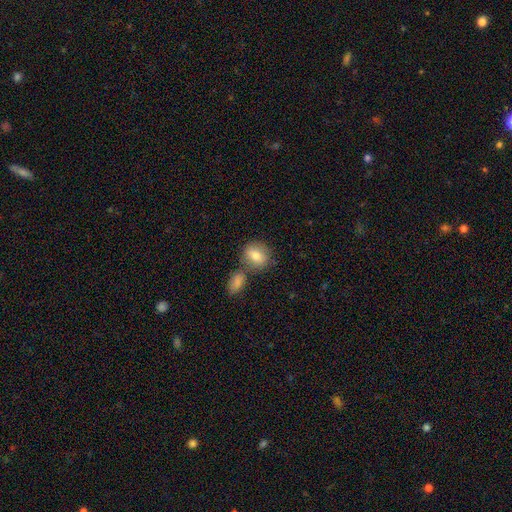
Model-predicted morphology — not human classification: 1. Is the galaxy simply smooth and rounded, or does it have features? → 80% smooth, 12% featured or disk, 7% star or artifact.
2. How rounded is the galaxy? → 51% round, 47% in between, 2% cigar-shaped.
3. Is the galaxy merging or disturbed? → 57% none, 27% merger, 12% minor disturbance, 4% major disturbance.